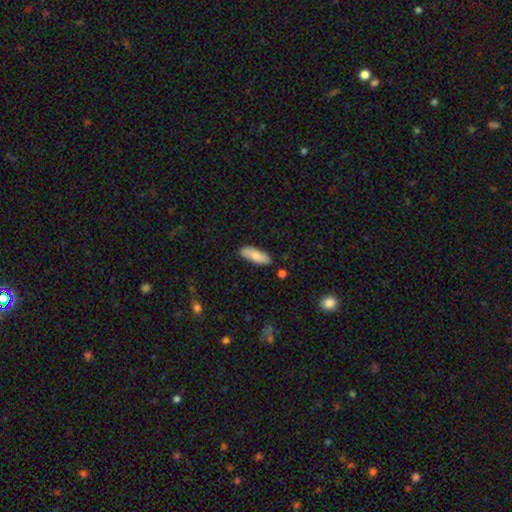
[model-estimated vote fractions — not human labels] Smooth or featured? smooth (80%)
How rounded? in between (65%)
Merging? none (83%)